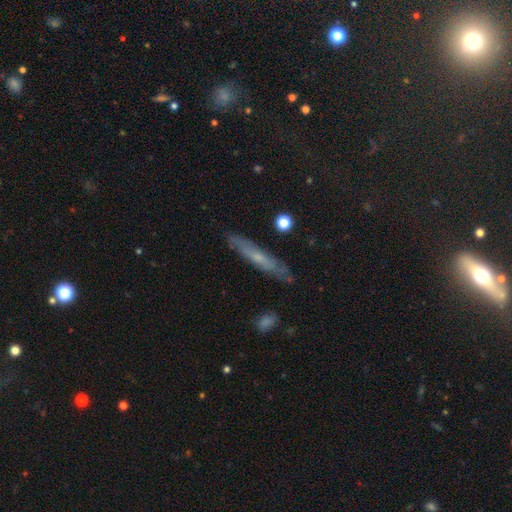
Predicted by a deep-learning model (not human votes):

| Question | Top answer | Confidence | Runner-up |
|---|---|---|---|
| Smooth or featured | featured or disk | 51% | smooth (39%) |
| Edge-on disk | yes | 78% | no (22%) |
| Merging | none | 84% | minor disturbance (12%) |